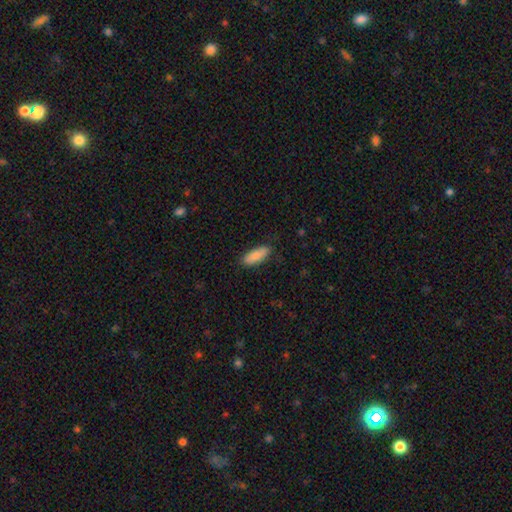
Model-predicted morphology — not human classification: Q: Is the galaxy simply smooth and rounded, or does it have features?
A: smooth — 83%.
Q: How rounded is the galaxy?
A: in between — 69%.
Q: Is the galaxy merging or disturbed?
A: none — 82%.